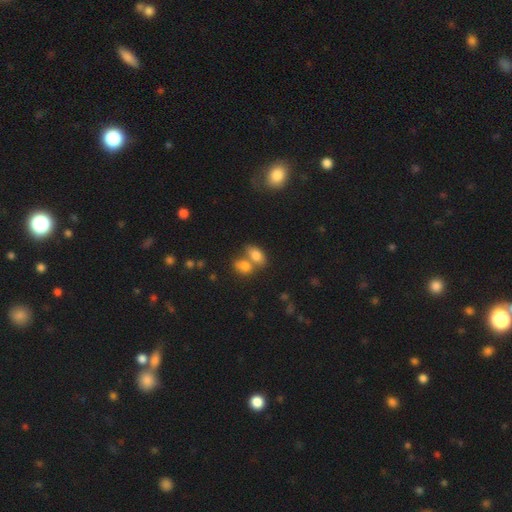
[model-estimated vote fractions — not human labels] Smooth or featured: smooth — 80% (featured or disk — 11%)
How rounded: in between — 87% (round — 10%)
Merging: merger — 51% (none — 37%)